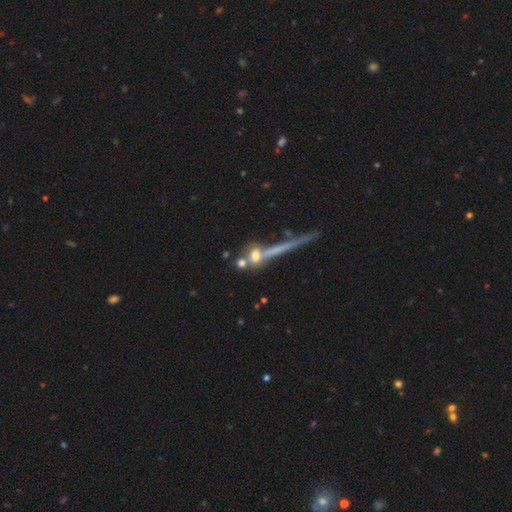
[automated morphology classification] Q: Smooth or featured?
A: smooth (56%); runner-up: featured or disk (28%)
Q: How rounded?
A: round (59%); runner-up: in between (21%)
Q: Merging?
A: none (49%); runner-up: merger (31%)